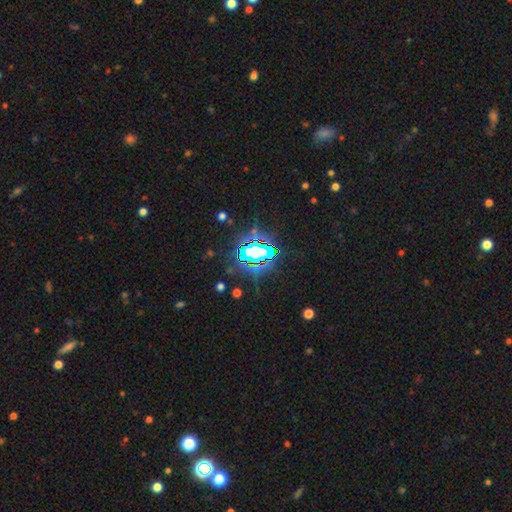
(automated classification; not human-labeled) Q: Smooth or featured?
A: star or artifact (74%); runner-up: smooth (14%)